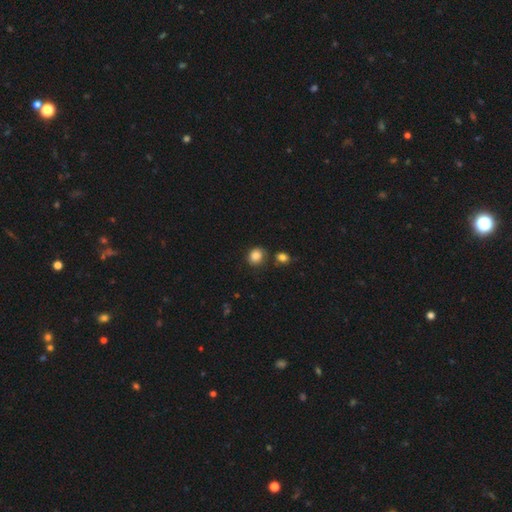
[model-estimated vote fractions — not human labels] Smooth or featured: smooth — 86% (star or artifact — 10%)
How rounded: round — 70% (in between — 30%)
Merging: none — 75% (minor disturbance — 13%)